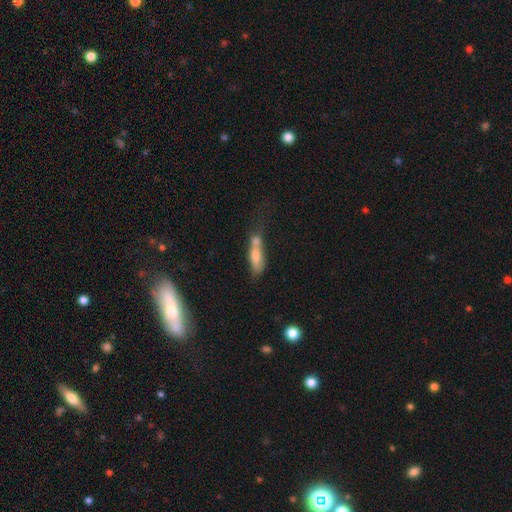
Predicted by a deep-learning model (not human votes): A smooth galaxy with no disk features (63%) that is cigar-shaped (53%). Merging: merger (41%).